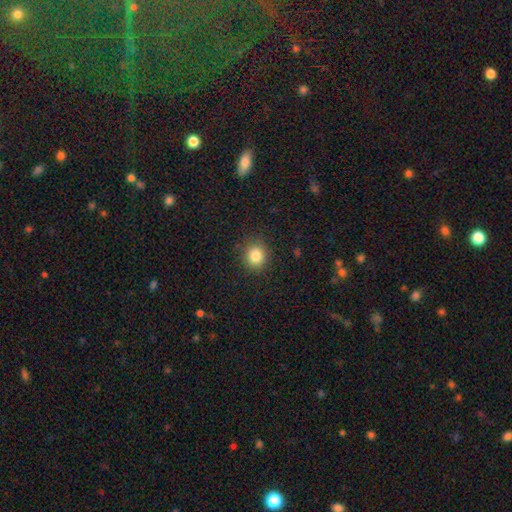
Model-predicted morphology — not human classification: smooth_or_featured: smooth (p=0.83) [alt: star or artifact p=0.11]
how_rounded: round (p=0.85) [alt: in between p=0.14]
merging: none (p=0.89) [alt: minor disturbance p=0.08]